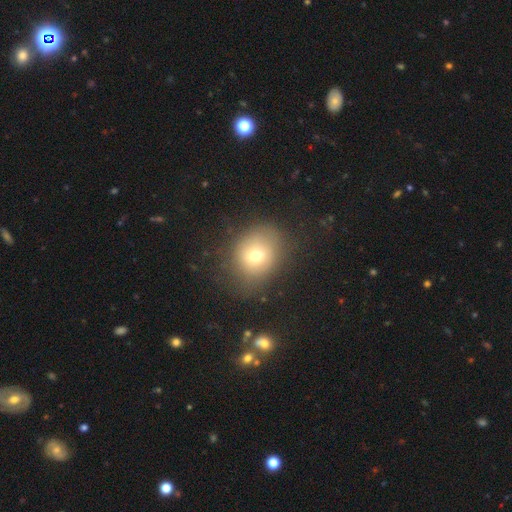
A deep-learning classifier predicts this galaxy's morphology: Overall: smooth (69%). How rounded: round (64%; in between 36%). Merging: none (69%).